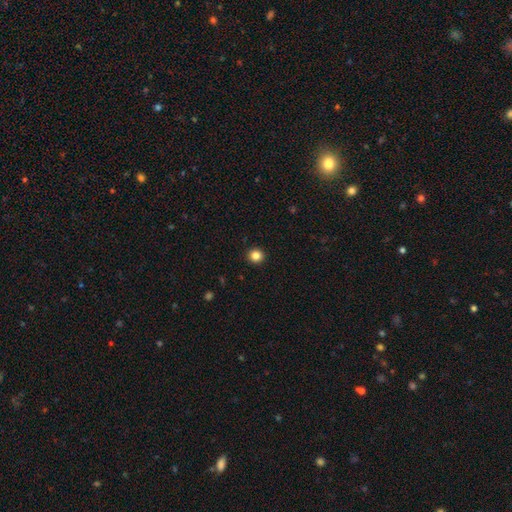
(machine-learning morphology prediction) type=smooth (84%); roundness=round (92%); merging=none (93%).